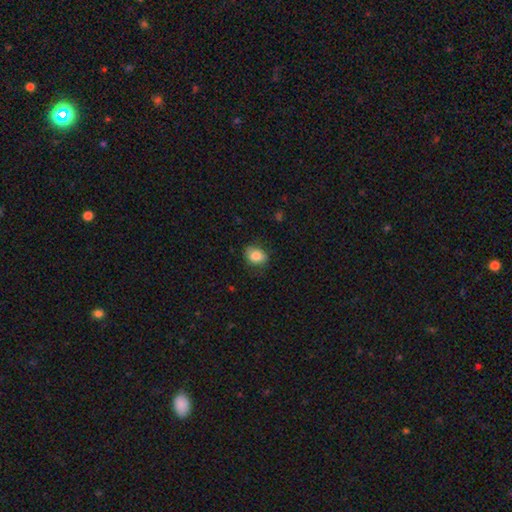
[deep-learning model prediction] smooth_or_featured: smooth (p=0.83) [alt: star or artifact p=0.09]
how_rounded: in between (p=0.51) [alt: round p=0.48]
merging: none (p=0.76) [alt: minor disturbance p=0.19]